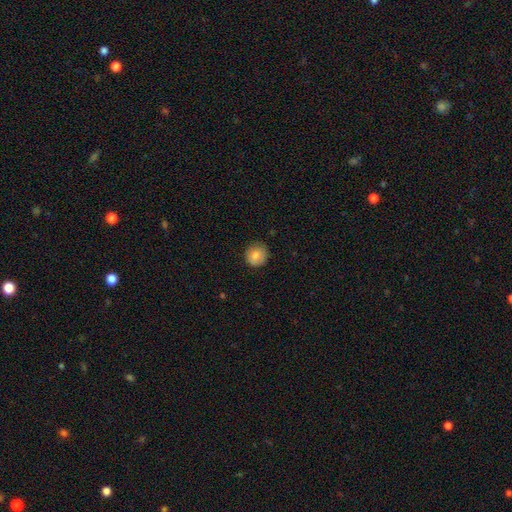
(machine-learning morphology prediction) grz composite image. It shows a smooth galaxy with no disk features (80%) that is round (88%). Merging: none (81%).